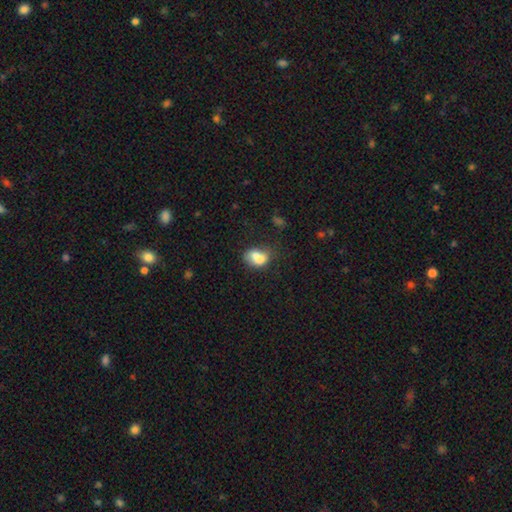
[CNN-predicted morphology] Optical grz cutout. It shows a smooth galaxy with no disk features (72%) that is in between round and cigar-shaped (69%). Merging: merger (44%).